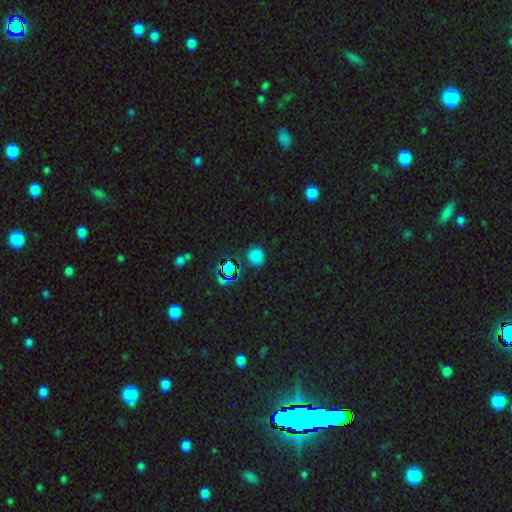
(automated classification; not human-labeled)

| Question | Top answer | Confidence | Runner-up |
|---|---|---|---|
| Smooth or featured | smooth | 65% | star or artifact (30%) |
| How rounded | round | 85% | in between (14%) |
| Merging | none | 82% | minor disturbance (11%) |